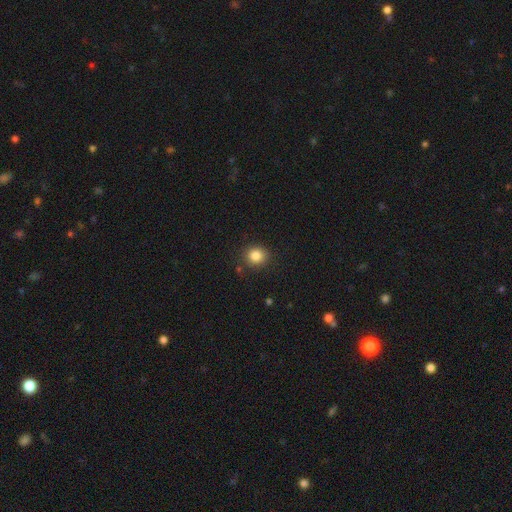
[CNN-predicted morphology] Smooth or featured?
  - smooth: 84% *
  - star or artifact: 11%
  - featured or disk: 5%
How rounded?
  - round: 85% *
  - in between: 15%
  - cigar-shaped: 1%
Merging?
  - none: 86% *
  - minor disturbance: 9%
  - major disturbance: 3%
  - merger: 2%